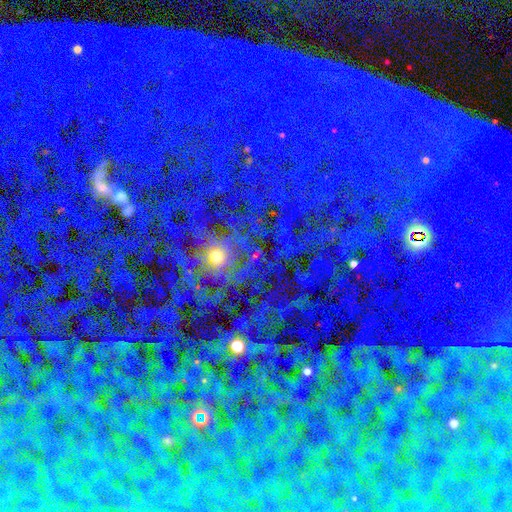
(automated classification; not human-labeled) Smooth or featured?
  - star or artifact: 73% *
  - featured or disk: 14%
  - smooth: 12%